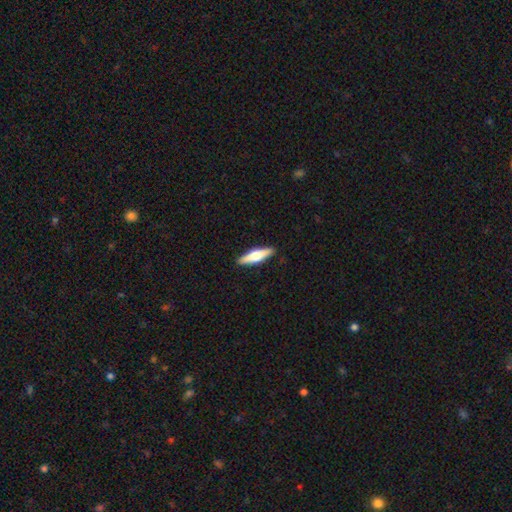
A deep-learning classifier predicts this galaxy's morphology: Smooth or featured? Predicted: featured or disk (p=0.52). Edge-on disk? Predicted: yes (p=0.96). Merging? Predicted: none (p=0.91).